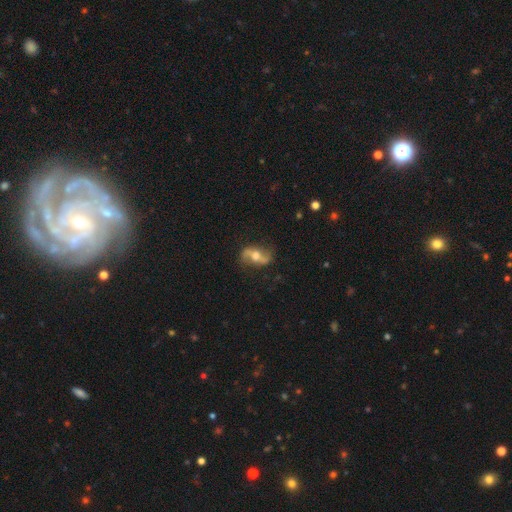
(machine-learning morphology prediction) This appears to be a featured or disk galaxy (73%) with a weak bar (37%, tied with no), 2 (92%) loose (74%) spiral arms (88%) and a moderate central bulge (59%). Merging: none (75%).